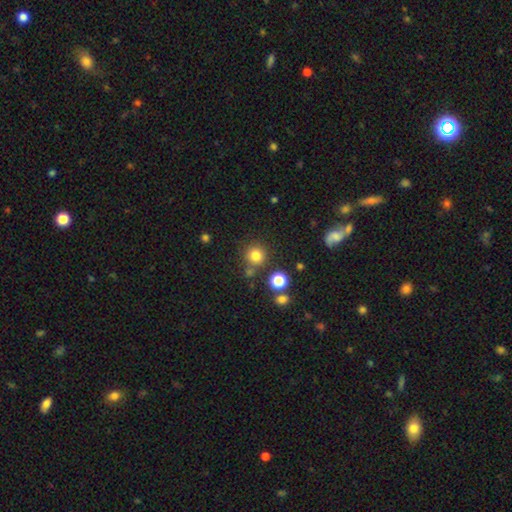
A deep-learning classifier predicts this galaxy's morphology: Smooth or featured: smooth — 79% (star or artifact — 15%)
How rounded: round — 93% (in between — 6%)
Merging: none — 78% (minor disturbance — 9%)